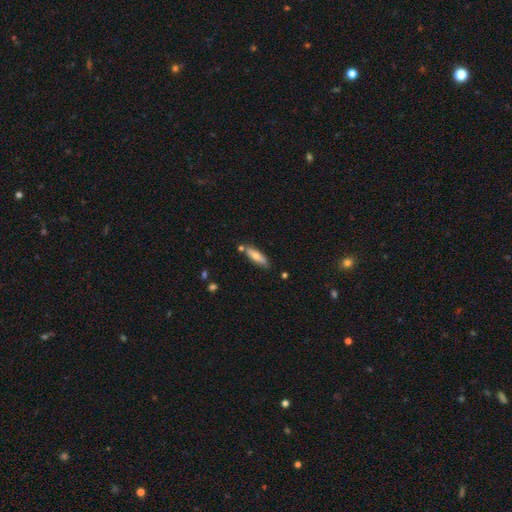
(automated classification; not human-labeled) smooth 63%, featured or disk 31%, star or artifact 6%. Down the decision tree: how rounded — cigar-shaped (61%); merging — none (77%).